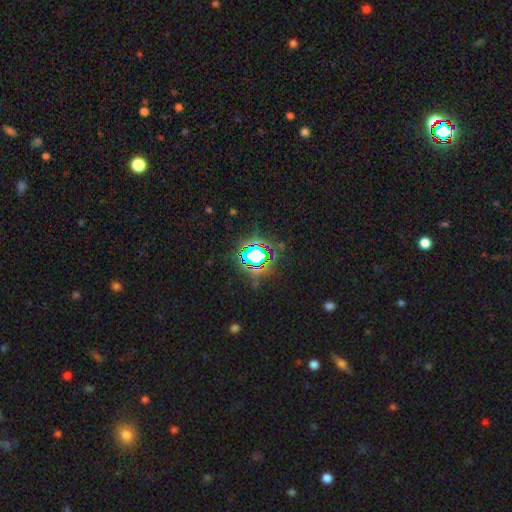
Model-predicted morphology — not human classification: This appears to be a star or artifact, not a galaxy (70%).